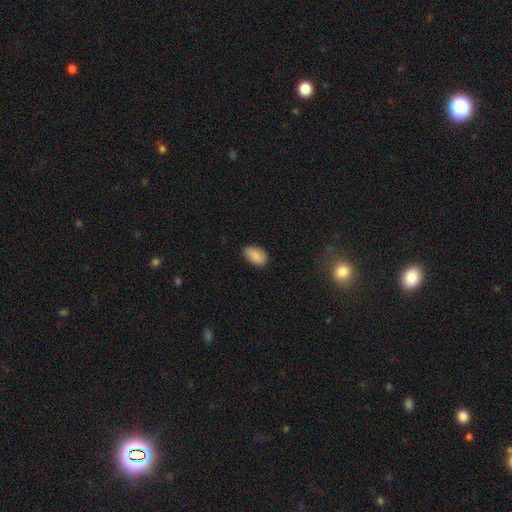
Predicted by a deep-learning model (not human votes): Overall: smooth (86%). How rounded: in between (92%). Merging: none (73%).